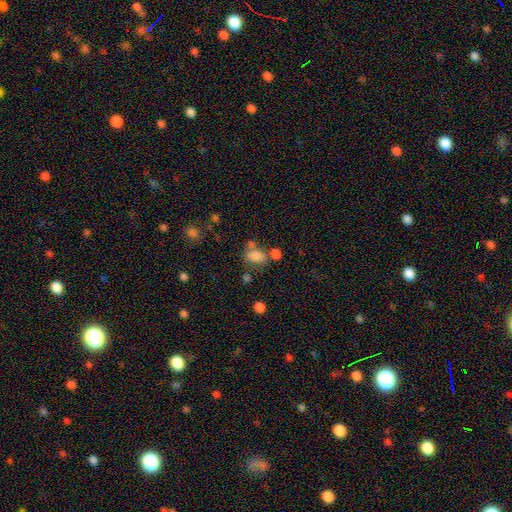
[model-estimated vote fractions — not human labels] A smooth galaxy with no disk features (79%) that is in between round and cigar-shaped (74%). Merging: none (50%).